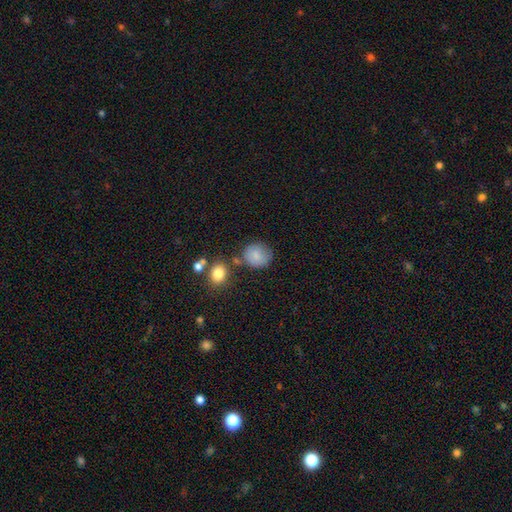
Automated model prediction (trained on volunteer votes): Q: Smooth or featured?
A: smooth (81%); runner-up: featured or disk (10%)
Q: How rounded?
A: round (79%); runner-up: in between (20%)
Q: Merging?
A: none (69%); runner-up: minor disturbance (19%)